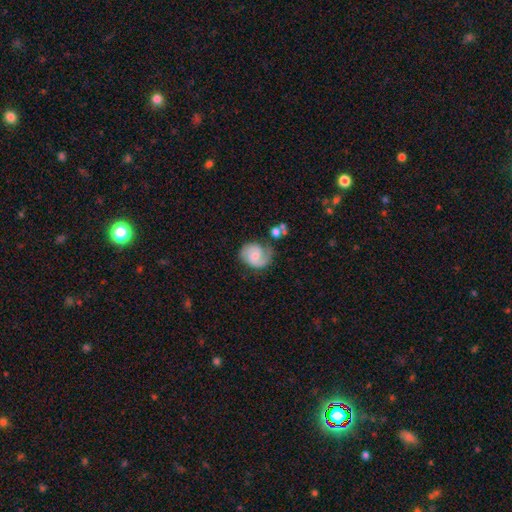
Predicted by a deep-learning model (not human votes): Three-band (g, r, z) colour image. It shows a featured or disk galaxy (70%) with no bar (55%), 2 (67%) medium (45%) spiral arms (93%) and a small central bulge (44%). Merging: none (58%).